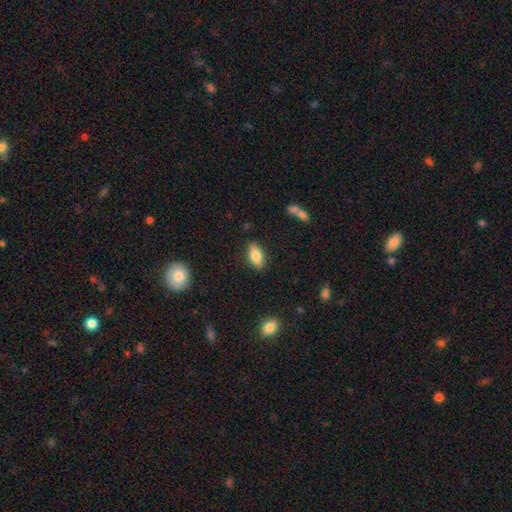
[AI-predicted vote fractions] A smooth galaxy with no disk features (81%) that is in between round and cigar-shaped (88%). Merging: none (86%).